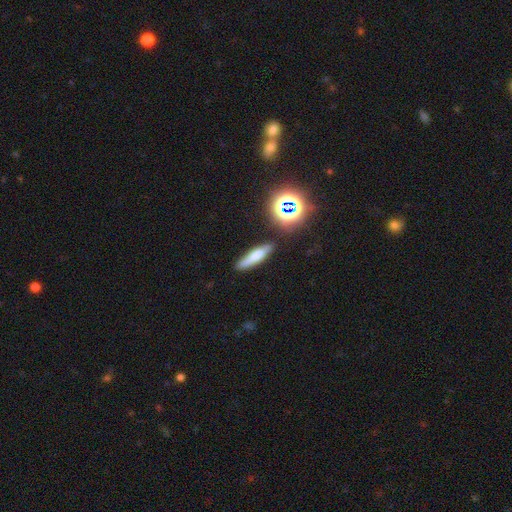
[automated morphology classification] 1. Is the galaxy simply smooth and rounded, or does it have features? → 62% smooth, 23% featured or disk, 15% star or artifact.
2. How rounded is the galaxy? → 76% cigar-shaped, 19% in between, 5% round.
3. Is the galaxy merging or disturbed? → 79% none, 13% minor disturbance, 4% merger, 4% major disturbance.